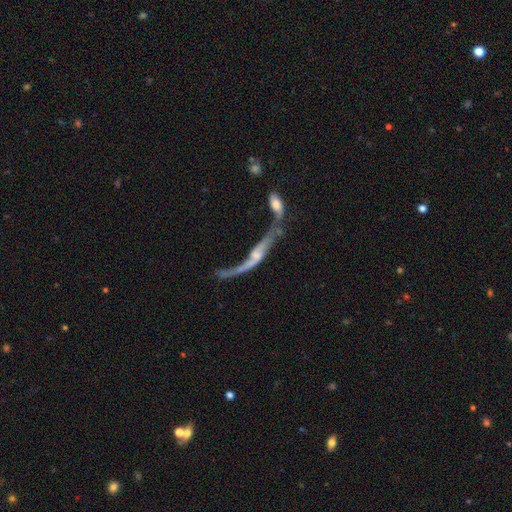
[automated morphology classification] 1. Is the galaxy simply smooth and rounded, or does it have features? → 71% featured or disk, 21% smooth, 9% star or artifact.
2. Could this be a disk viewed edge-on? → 59% no, 41% yes.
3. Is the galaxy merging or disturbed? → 51% merger, 21% major disturbance, 17% none, 11% minor disturbance.